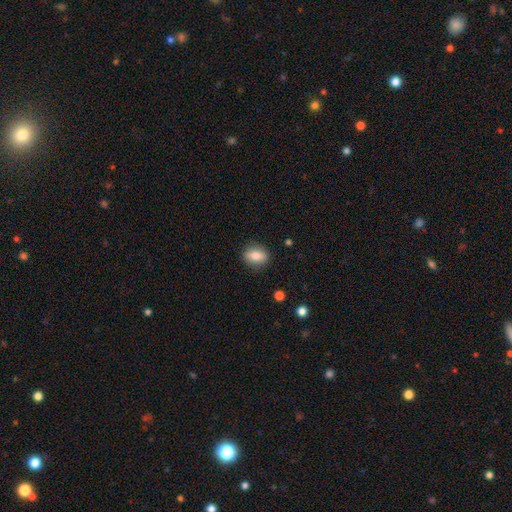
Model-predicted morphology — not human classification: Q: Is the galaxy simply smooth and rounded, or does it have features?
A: smooth — 80%.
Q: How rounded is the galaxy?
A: in between — 66%.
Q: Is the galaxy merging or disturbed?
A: none — 86%.